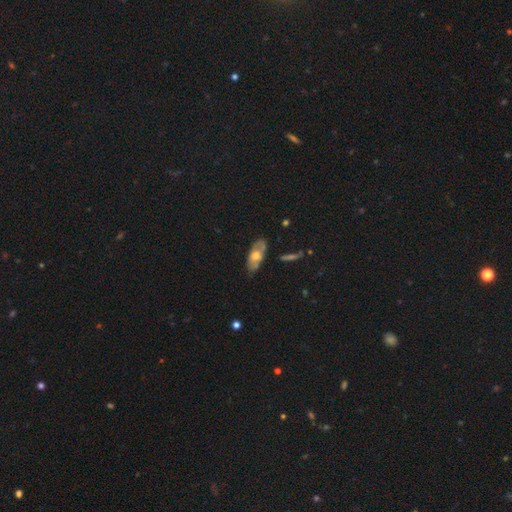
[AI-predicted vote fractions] Overall: featured or disk (48%; smooth 45%). Merging: none (71%).